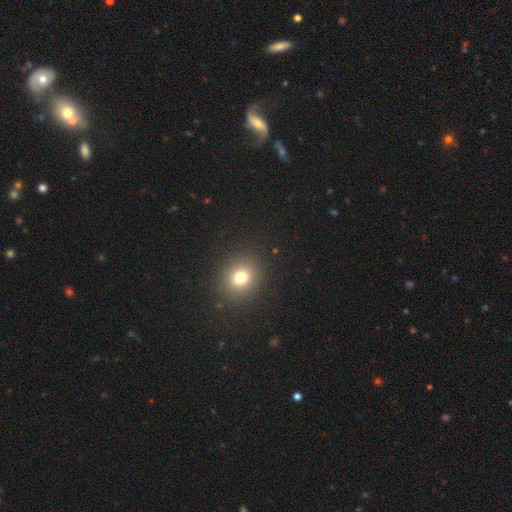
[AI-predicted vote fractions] smooth_or_featured: smooth (p=0.65) [alt: star or artifact p=0.28]
how_rounded: round (p=0.84) [alt: in between p=0.15]
merging: none (p=0.91) [alt: minor disturbance p=0.05]